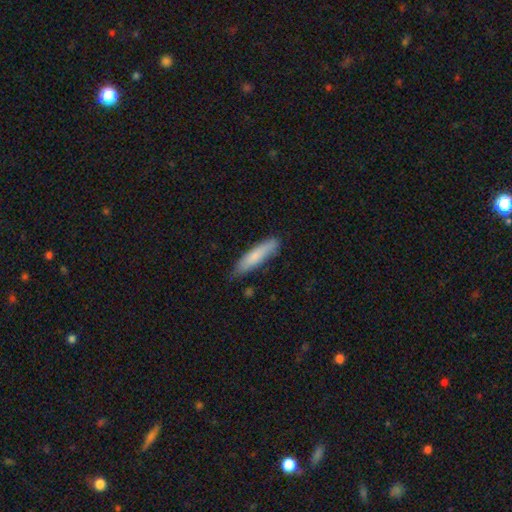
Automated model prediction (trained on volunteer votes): Smooth or featured? Predicted: smooth (p=0.79). How rounded? Predicted: cigar-shaped (p=0.82). Merging? Predicted: none (p=0.78).